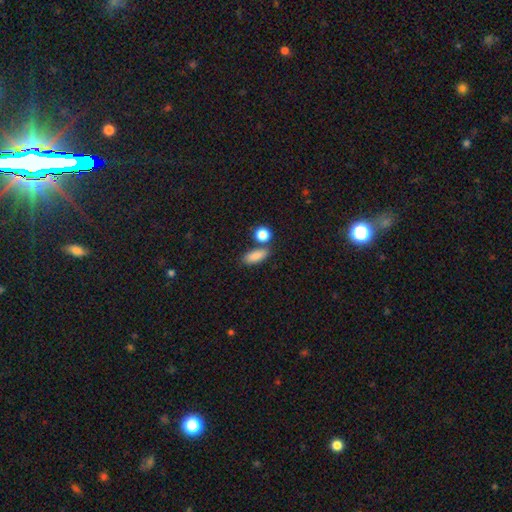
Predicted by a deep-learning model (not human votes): A smooth galaxy with no disk features (86%) that is in between round and cigar-shaped (73%). Merging: none (68%).